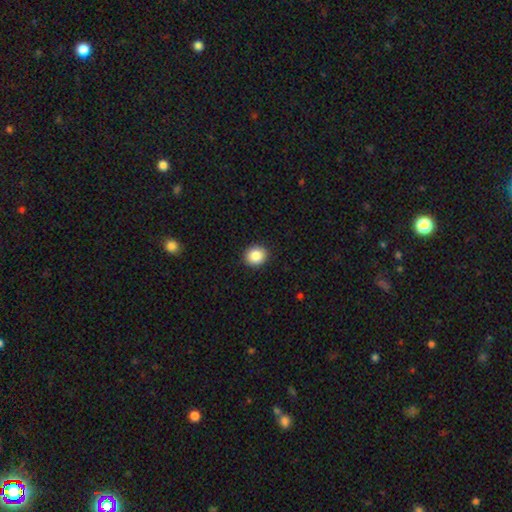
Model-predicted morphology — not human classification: This is clearly a smooth galaxy (87%). How rounded: likely round (75%). Merging: clearly none (92%).